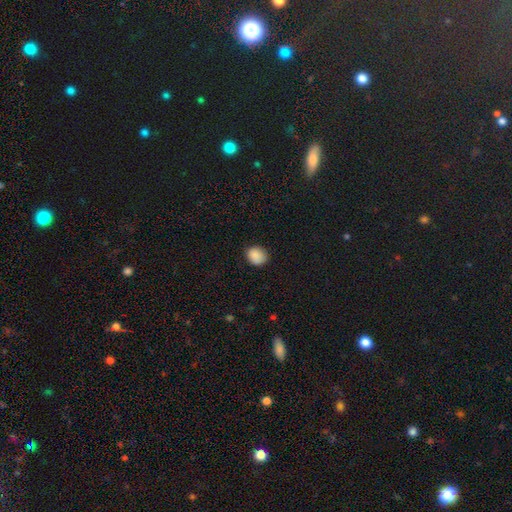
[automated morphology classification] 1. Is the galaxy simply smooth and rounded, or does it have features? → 88% smooth, 9% star or artifact, 3% featured or disk.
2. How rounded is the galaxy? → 66% round, 33% in between, 1% cigar-shaped.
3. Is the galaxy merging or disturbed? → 83% none, 13% minor disturbance, 3% major disturbance, 1% merger.